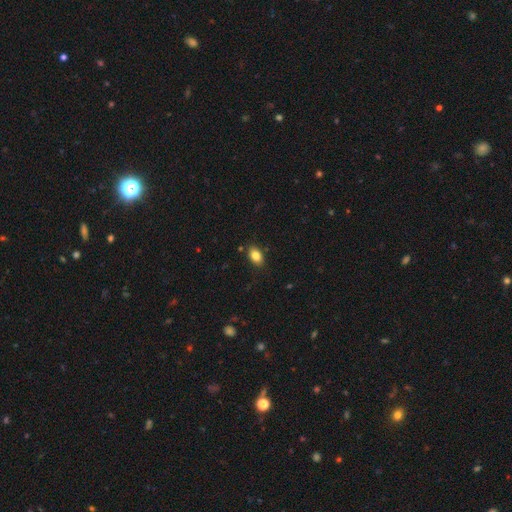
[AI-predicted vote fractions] Morphology: type=smooth (84%); roundness=in between (87%); merging=none (85%).